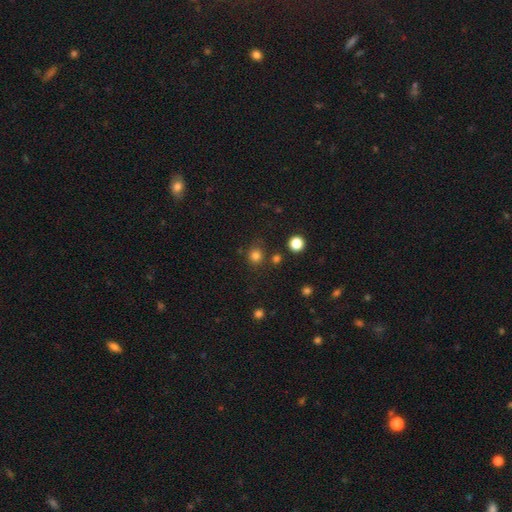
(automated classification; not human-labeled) Q: Smooth or featured?
A: smooth (80%); runner-up: star or artifact (15%)
Q: How rounded?
A: round (88%); runner-up: in between (12%)
Q: Merging?
A: none (81%); runner-up: minor disturbance (10%)